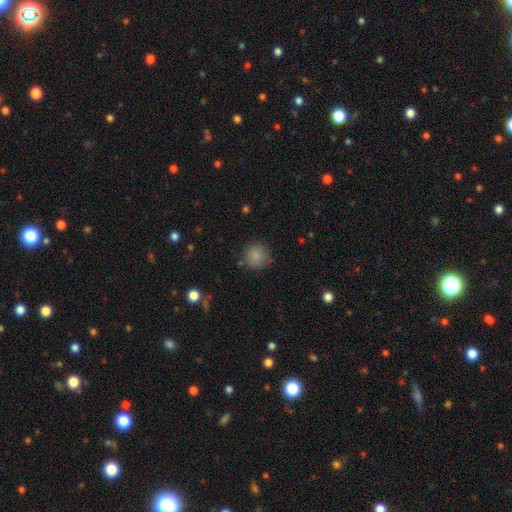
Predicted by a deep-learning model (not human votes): This appears to be a smooth galaxy with no disk features (86%) that is round (92%). Merging: none (82%).